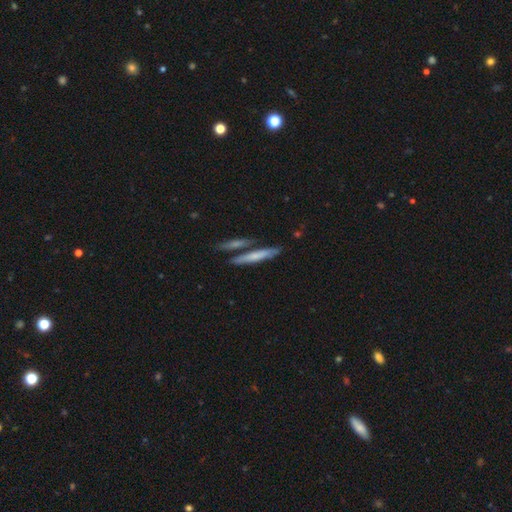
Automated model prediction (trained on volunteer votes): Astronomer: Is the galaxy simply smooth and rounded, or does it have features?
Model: smooth — 58% (runner-up: featured or disk, 36%).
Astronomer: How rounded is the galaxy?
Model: cigar-shaped — 90%.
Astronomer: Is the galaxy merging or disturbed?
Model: none — 68%.